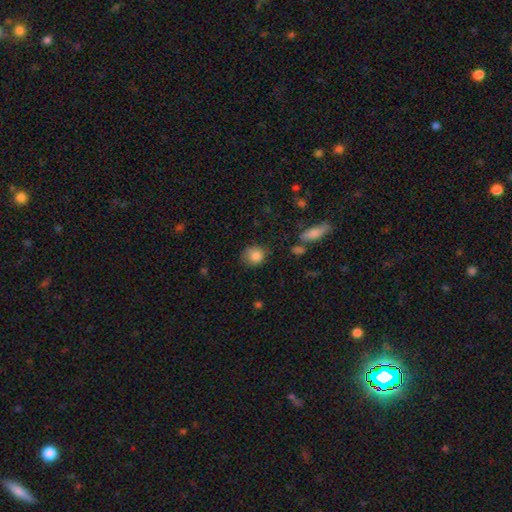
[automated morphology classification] Smooth or featured? Predicted: smooth (p=0.85). How rounded? Predicted: round (p=0.78). Merging? Predicted: none (p=0.70).